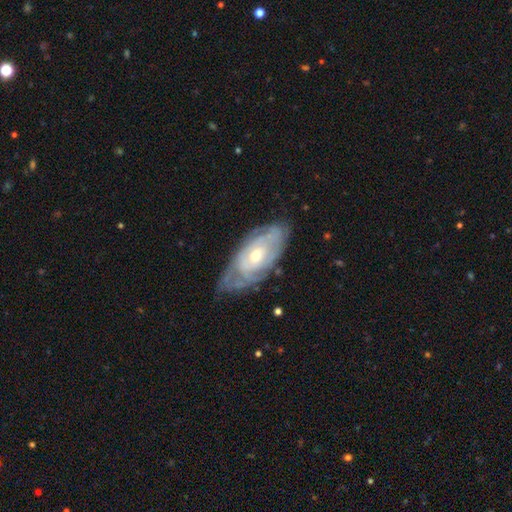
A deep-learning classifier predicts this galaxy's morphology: Smooth or featured: featured or disk — 76% (smooth — 18%)
Edge-on disk: no — 90% (yes — 10%)
Bar: no — 73% (weak — 22%)
Spiral arms: yes — 80% (no — 20%)
Spiral winding: tight — 73% (medium — 21%)
Spiral arm count: can't tell — 60% (2 — 18%)
Bulge size: moderate — 51% (small — 45%)
Merging: none — 65% (minor disturbance — 25%)